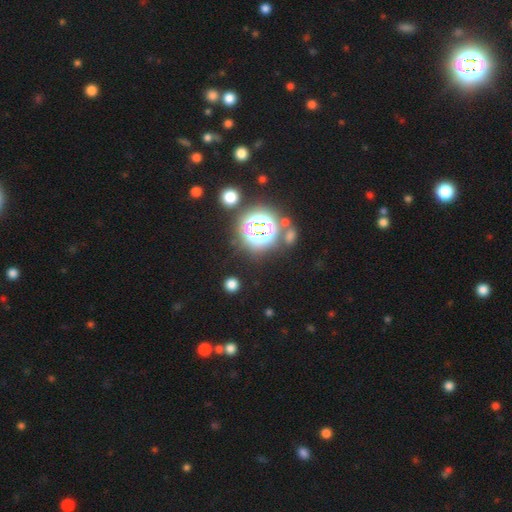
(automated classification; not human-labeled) Q: Smooth or featured?
A: star or artifact (82%); runner-up: smooth (12%)